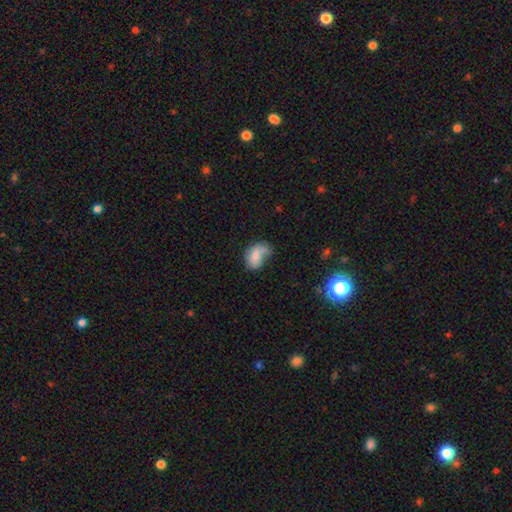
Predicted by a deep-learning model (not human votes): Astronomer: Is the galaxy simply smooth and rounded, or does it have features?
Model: smooth — 68%.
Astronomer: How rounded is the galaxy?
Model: in between — 79%.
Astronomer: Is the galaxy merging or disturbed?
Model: none — 32% (runner-up: minor disturbance, 29%).